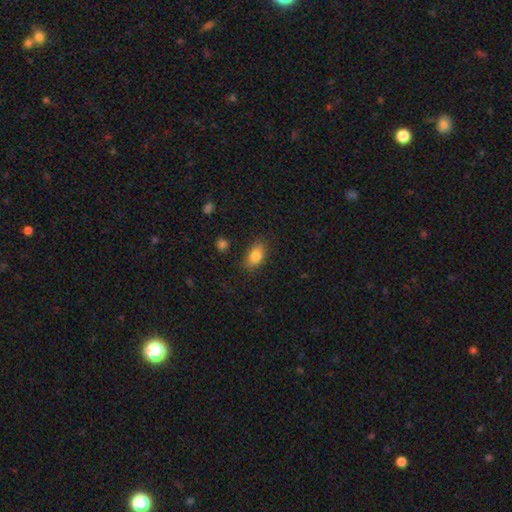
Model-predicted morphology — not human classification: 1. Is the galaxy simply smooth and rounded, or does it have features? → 83% smooth, 8% star or artifact, 8% featured or disk.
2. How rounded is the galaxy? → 87% in between, 10% round, 3% cigar-shaped.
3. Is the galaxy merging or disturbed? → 82% none, 13% minor disturbance, 3% major disturbance, 2% merger.